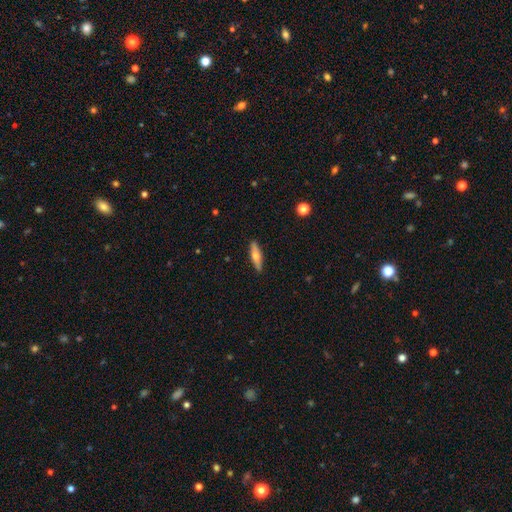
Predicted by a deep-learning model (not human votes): smooth 53%, featured or disk 40%, star or artifact 6%. Down the decision tree: how rounded — cigar-shaped (69%); merging — none (89%).